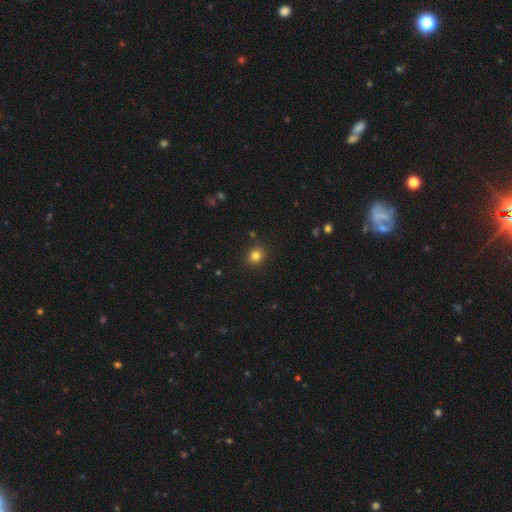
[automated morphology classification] type=smooth (81%); roundness=round (80%); merging=none (89%).